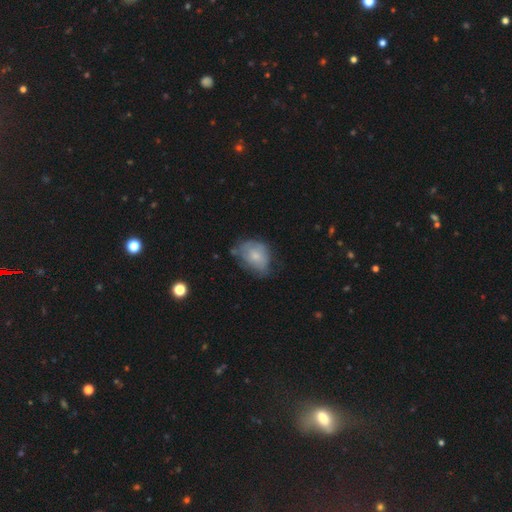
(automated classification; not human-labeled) Smooth or featured? smooth (63%)
How rounded? in between (69%)
Merging? none (41%)